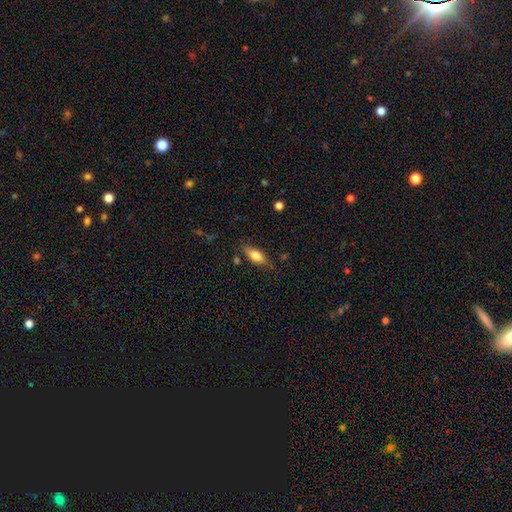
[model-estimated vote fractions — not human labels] This appears to be a smooth galaxy with no disk features (66%) that is in between round and cigar-shaped (73%). Merging: none (73%).